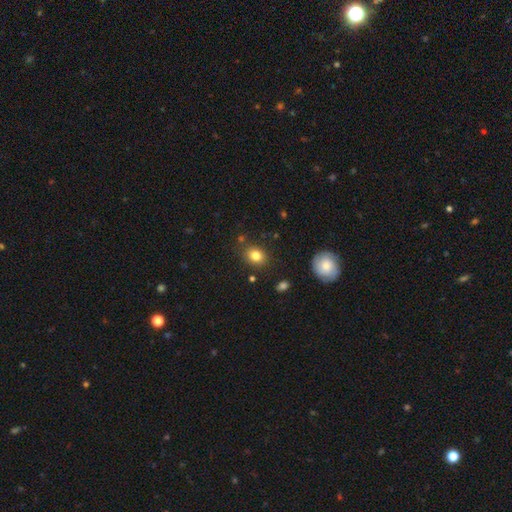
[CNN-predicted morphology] Smooth or featured: smooth — 81% (star or artifact — 11%)
How rounded: in between — 50% (round — 49%)
Merging: none — 82% (minor disturbance — 11%)